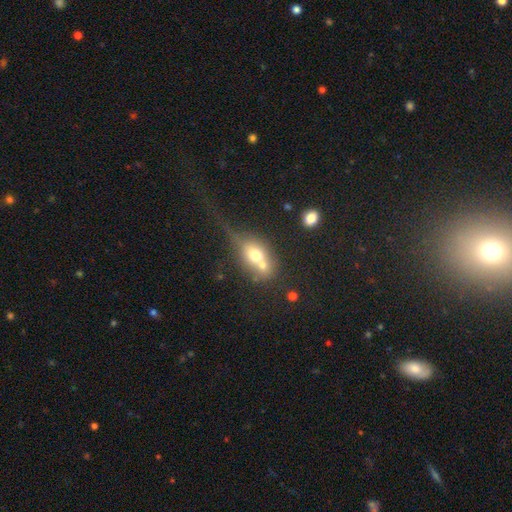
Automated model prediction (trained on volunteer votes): Smooth or featured? Predicted: smooth (p=0.62). How rounded? Predicted: in between (p=0.62). Merging? Predicted: merger (p=0.51).